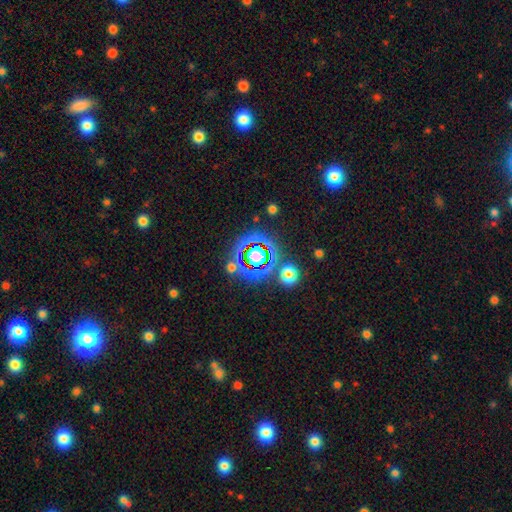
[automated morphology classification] This is likely a star or artifact rather than a galaxy (61%).